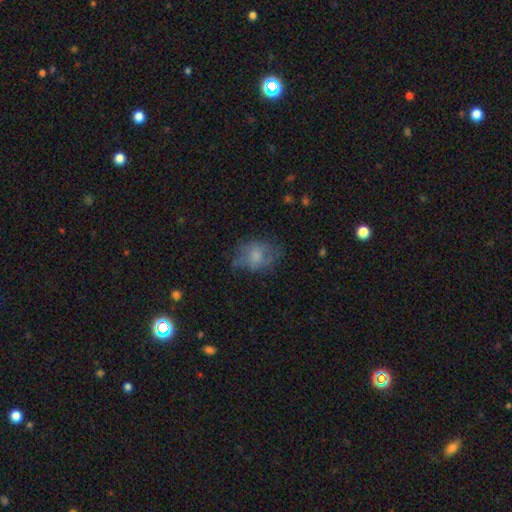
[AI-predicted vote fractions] A smooth galaxy with no disk features (62%) that is in between round and cigar-shaped (65%).

Vote fractions:
- Smooth or featured? smooth: 62% / featured or disk: 28% / star or artifact: 10%
- How rounded? in between: 65% / round: 33% / cigar-shaped: 1%
- Merging? none: 50% / minor disturbance: 28% / major disturbance: 19% / merger: 2%